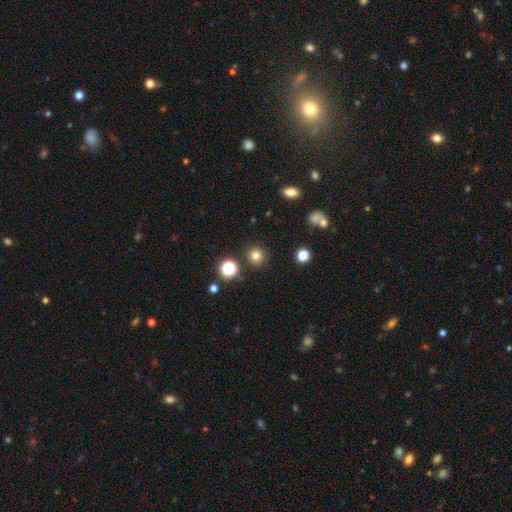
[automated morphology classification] The model was most divided on "smooth or featured": smooth: 80%, star or artifact: 15%, featured or disk: 6%. More confident: how rounded — round (93%); merging — none (88%).